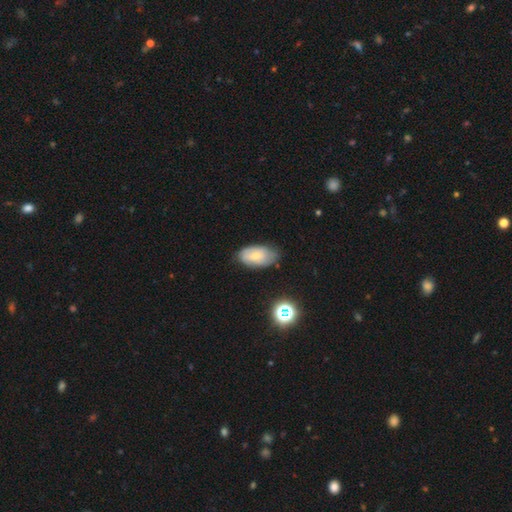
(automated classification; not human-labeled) Smooth or featured? Predicted: smooth (p=0.58). How rounded? Predicted: in between (p=0.93). Merging? Predicted: none (p=0.67).